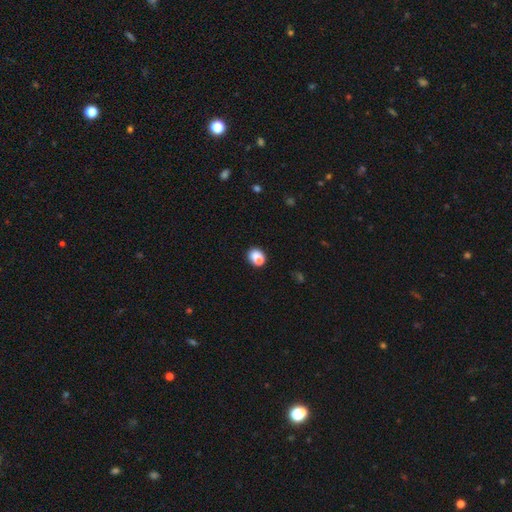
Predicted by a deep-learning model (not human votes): A smooth galaxy with no disk features (74%) that is round (64%). Merging: none (45%).